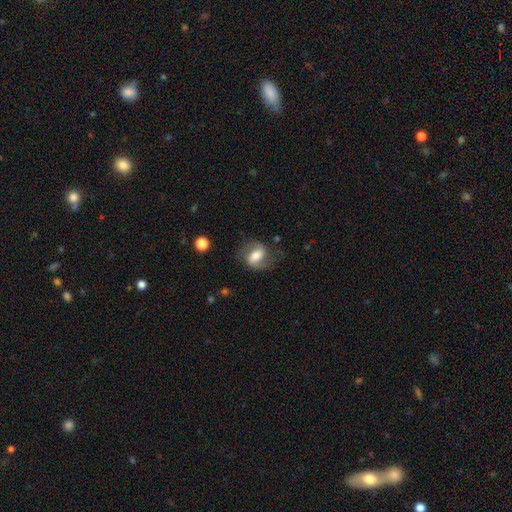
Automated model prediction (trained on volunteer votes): featured or disk 52%, smooth 40%, star or artifact 8%. Down the decision tree: edge-on disk — no (95%); merging — none (64%).